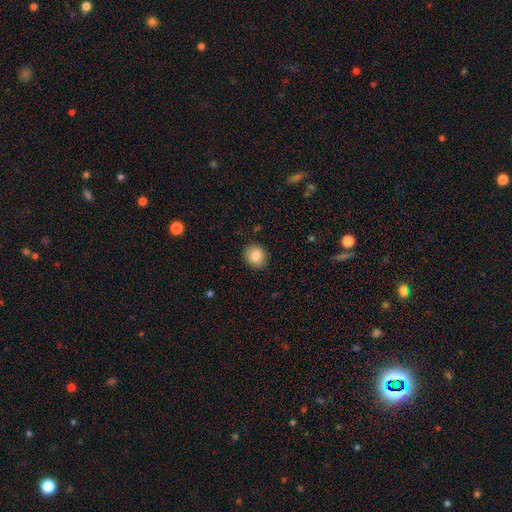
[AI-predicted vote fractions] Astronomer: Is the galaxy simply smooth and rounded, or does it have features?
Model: smooth — 86%.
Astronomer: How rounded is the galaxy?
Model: round — 76%.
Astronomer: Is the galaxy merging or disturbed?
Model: none — 88%.